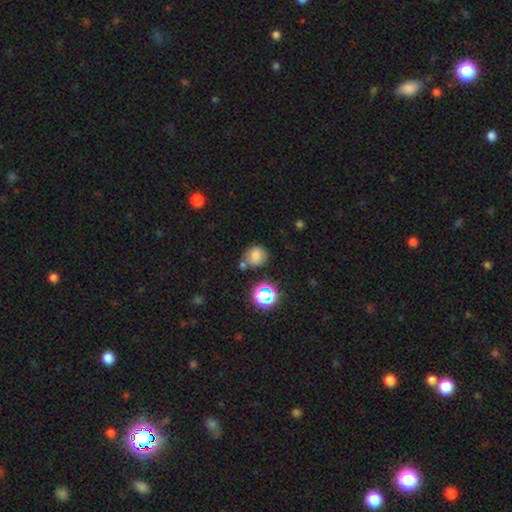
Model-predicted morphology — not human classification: A smooth galaxy with no disk features (75%) that is round (74%).

Vote fractions:
- Smooth or featured? smooth: 75% / star or artifact: 17% / featured or disk: 8%
- How rounded? round: 74% / in between: 25% / cigar-shaped: 1%
- Merging? none: 62% / minor disturbance: 17% / merger: 15% / major disturbance: 5%